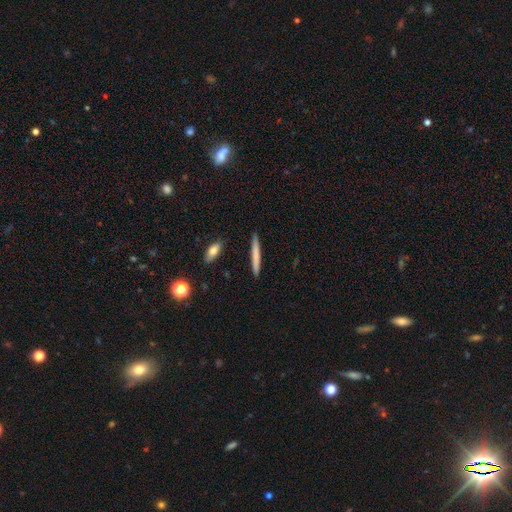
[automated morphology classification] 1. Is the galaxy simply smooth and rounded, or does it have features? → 71% smooth, 23% featured or disk, 6% star or artifact.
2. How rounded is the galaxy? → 96% cigar-shaped, 3% in between, 1% round.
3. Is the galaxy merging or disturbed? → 90% none, 7% minor disturbance, 1% merger, 1% major disturbance.